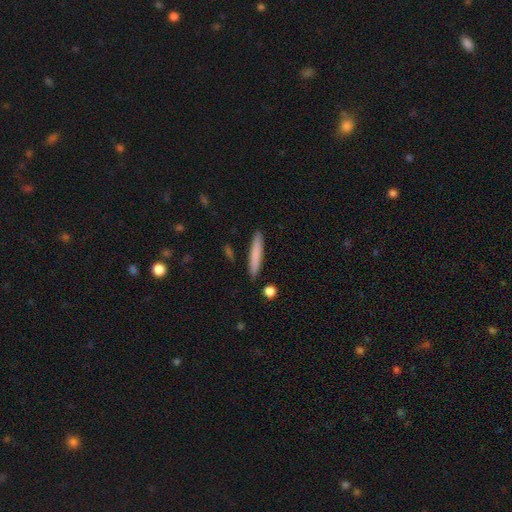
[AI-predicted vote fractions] Smooth or featured? smooth (78%)
How rounded? cigar-shaped (94%)
Merging? none (89%)